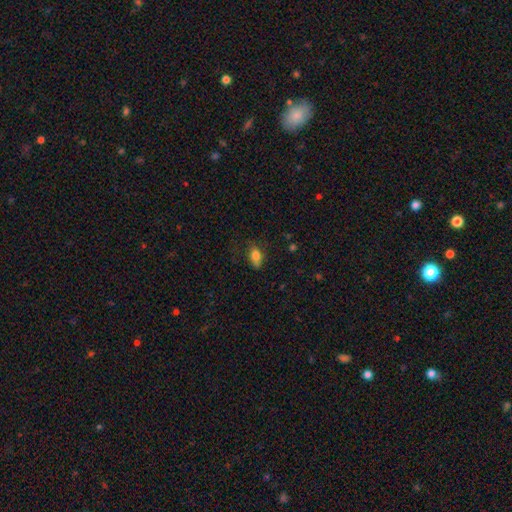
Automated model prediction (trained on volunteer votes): Overall: smooth (80%). How rounded: in between (85%). Merging: none (56%; minor disturbance 29%).